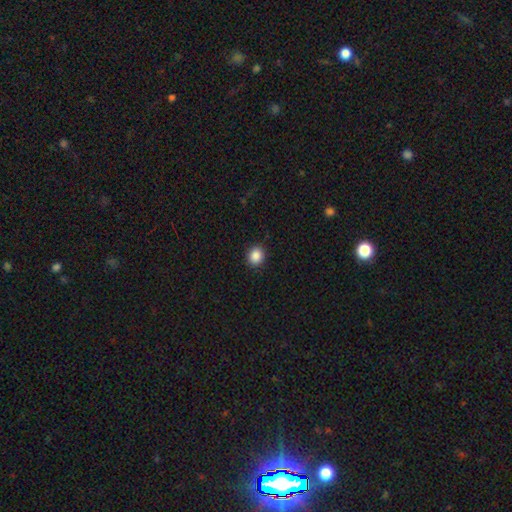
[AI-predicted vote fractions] This appears to be a smooth galaxy with no disk features (87%) that is round (79%). Merging: none (90%).